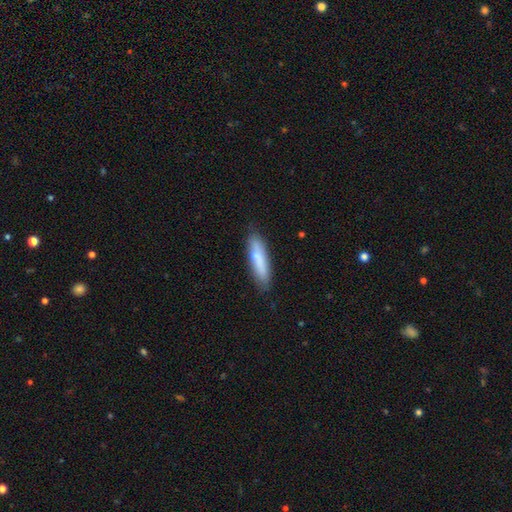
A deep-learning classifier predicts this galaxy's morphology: This appears to be a smooth galaxy with no disk features (70%) that is cigar-shaped (72%). Merging: none (78%).